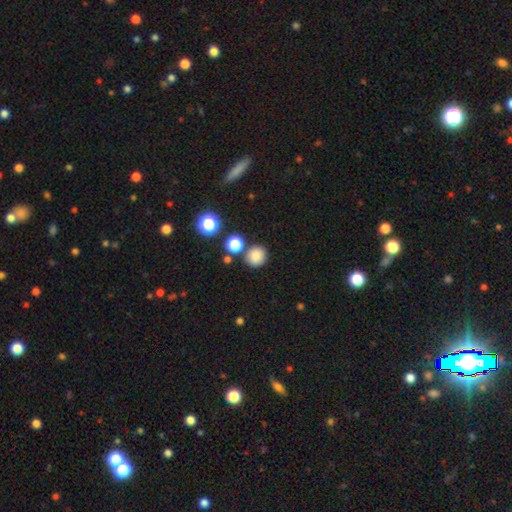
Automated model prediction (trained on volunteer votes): smooth_or_featured: smooth (p=0.83) [alt: star or artifact p=0.12]
how_rounded: round (p=0.87) [alt: in between p=0.12]
merging: none (p=0.78) [alt: merger p=0.10]